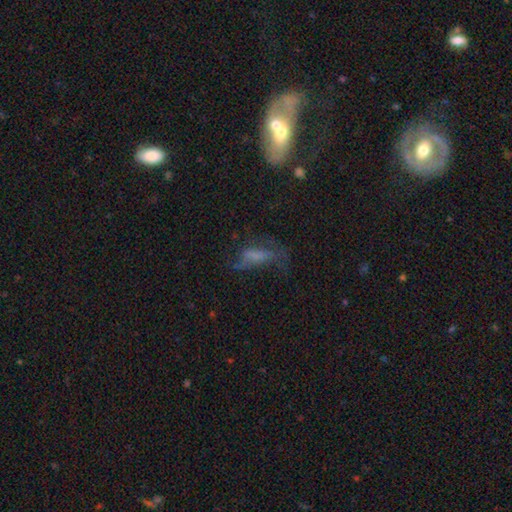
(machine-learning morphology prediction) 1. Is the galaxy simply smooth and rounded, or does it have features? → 44% smooth, 36% featured or disk, 20% star or artifact.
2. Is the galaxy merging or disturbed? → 42% major disturbance, 33% none, 21% minor disturbance, 4% merger.